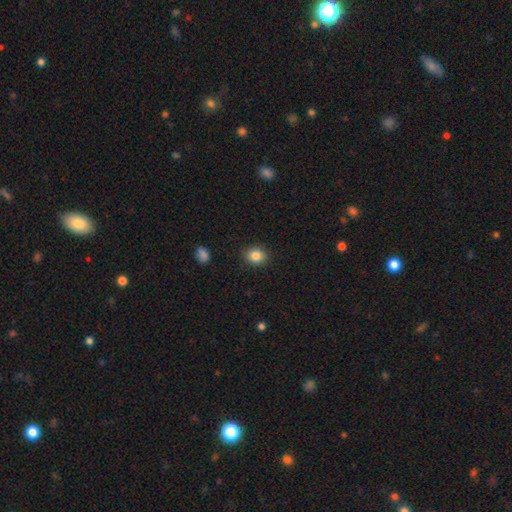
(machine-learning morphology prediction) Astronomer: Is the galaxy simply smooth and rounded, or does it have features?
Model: smooth — 85%.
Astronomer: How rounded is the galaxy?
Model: round — 65%.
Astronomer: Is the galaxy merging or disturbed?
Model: none — 88%.